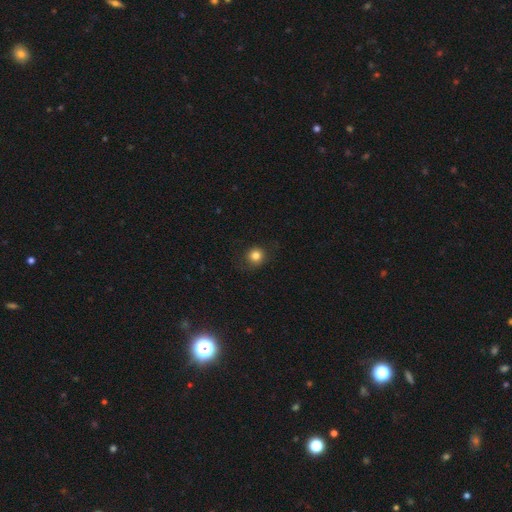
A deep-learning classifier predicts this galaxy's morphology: smooth 82%, star or artifact 12%, featured or disk 6%. Down the decision tree: how rounded — round (89%); merging — none (83%).